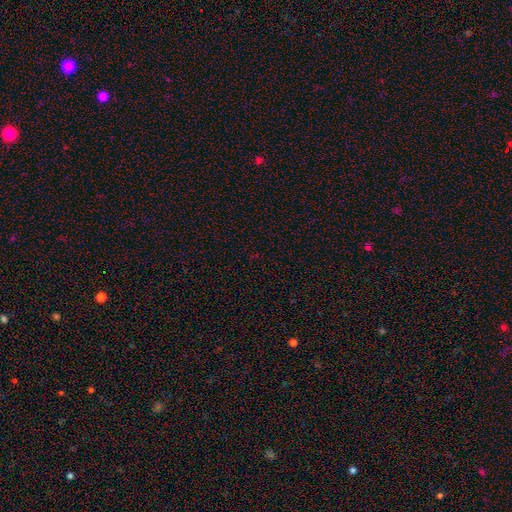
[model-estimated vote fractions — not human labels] A star or artifact, not a galaxy (69%).

Vote fractions:
- Smooth or featured? star or artifact: 69% / smooth: 23% / featured or disk: 7%